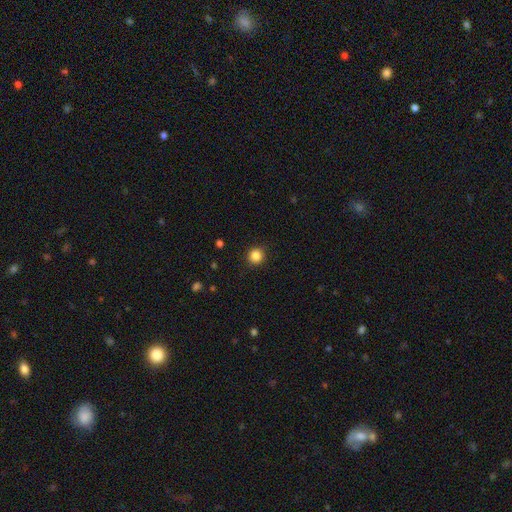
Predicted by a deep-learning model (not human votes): smooth-or-featured: smooth: 86% | star or artifact: 11% | featured or disk: 3%
  how-rounded: round: 93% | in between: 6% | cigar-shaped: 1%
  merging: none: 92% | minor disturbance: 6% | major disturbance: 2% | merger: 1%